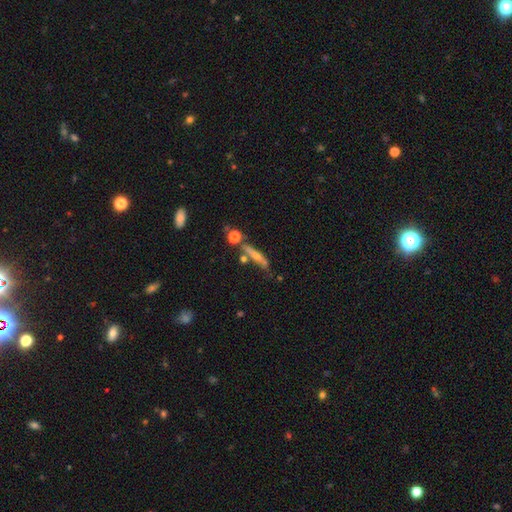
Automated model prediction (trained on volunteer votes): The model was most divided on "smooth or featured": smooth: 49%, featured or disk: 41%, star or artifact: 10%. More confident: merging — none (56%).